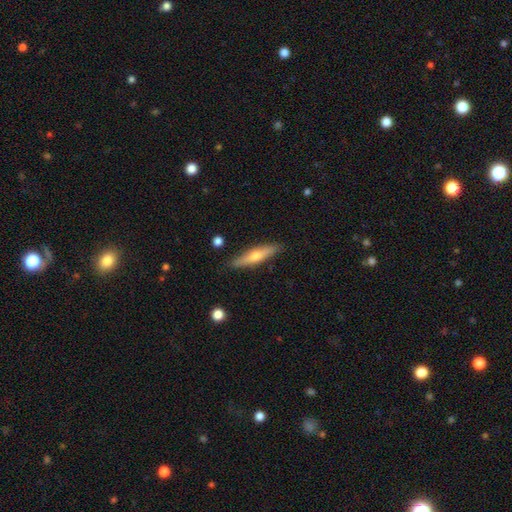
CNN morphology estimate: This appears to be a featured or disk galaxy (52%) viewed edge-on (91%). Merging: none (88%).